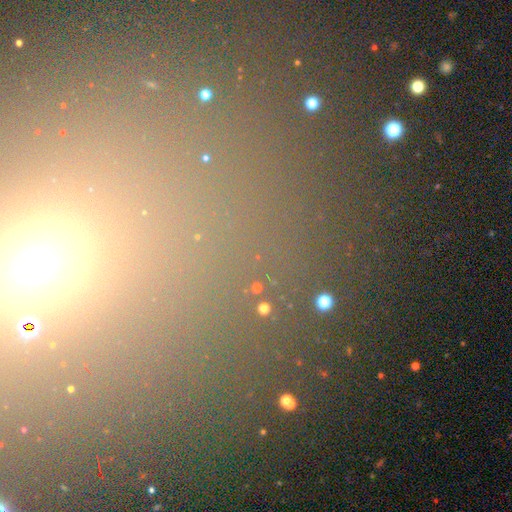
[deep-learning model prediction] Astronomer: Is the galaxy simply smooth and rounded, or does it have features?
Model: star or artifact — 67%.